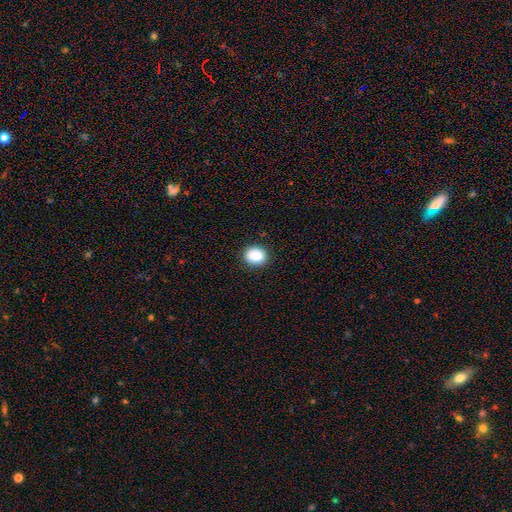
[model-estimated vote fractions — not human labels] smooth-or-featured: smooth: 86% | star or artifact: 9% | featured or disk: 5%
  how-rounded: round: 65% | in between: 34% | cigar-shaped: 1%
  merging: none: 88% | minor disturbance: 9% | major disturbance: 2% | merger: 1%